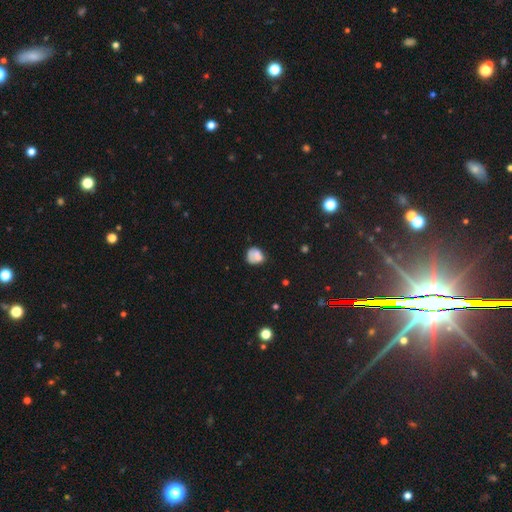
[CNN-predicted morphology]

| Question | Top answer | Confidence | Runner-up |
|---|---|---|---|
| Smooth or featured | smooth | 67% | featured or disk (22%) |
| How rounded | round | 70% | in between (29%) |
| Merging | none | 47% | minor disturbance (25%) |